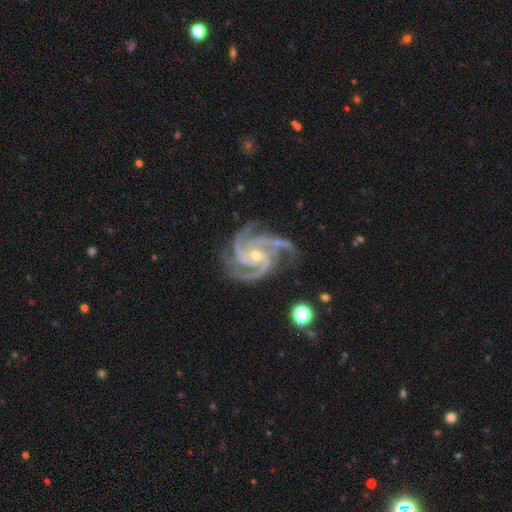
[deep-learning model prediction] Smooth or featured? featured or disk (94%)
Edge-on disk? no (98%)
Bar? no (64%)
Spiral arms? yes (99%)
Spiral winding? tight (61%)
Spiral arm count? 3 (45%)
Bulge size? small (61%)
Merging? none (75%)